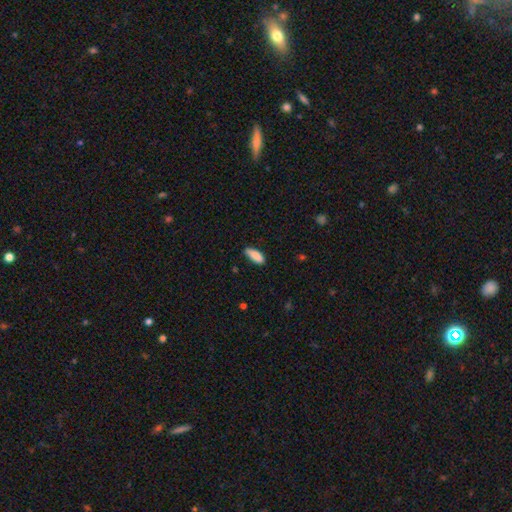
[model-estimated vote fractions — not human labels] A smooth galaxy with no disk features (88%) that is in between round and cigar-shaped (69%).

Vote fractions:
- Smooth or featured? smooth: 88% / star or artifact: 7% / featured or disk: 6%
- How rounded? in between: 69% / cigar-shaped: 29% / round: 2%
- Merging? none: 73% / minor disturbance: 22% / major disturbance: 3% / merger: 2%